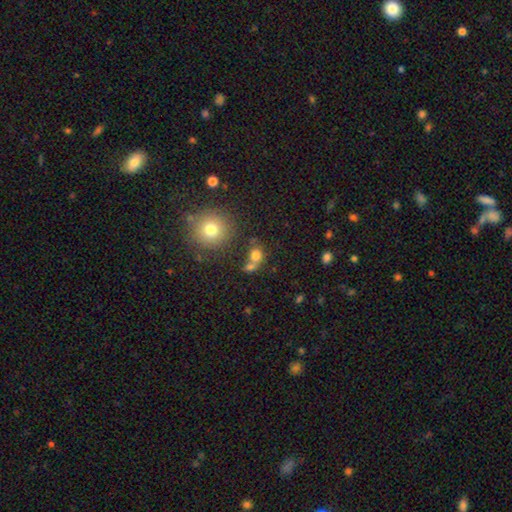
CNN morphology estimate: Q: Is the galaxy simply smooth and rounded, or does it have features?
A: smooth — 75%.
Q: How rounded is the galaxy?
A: round — 66%.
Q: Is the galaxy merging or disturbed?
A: none — 43%.